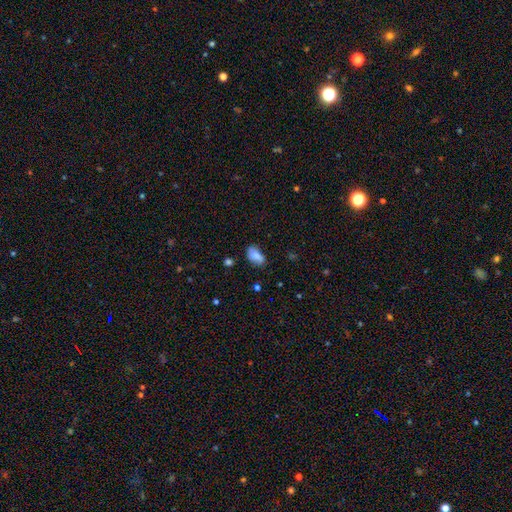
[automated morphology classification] smooth 83%, star or artifact 9%, featured or disk 8%. Down the decision tree: how rounded — in between (91%); merging — none (62%).